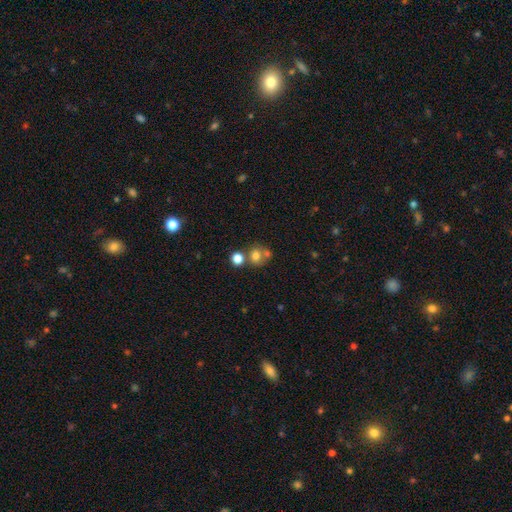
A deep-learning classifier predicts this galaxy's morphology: Q: Smooth or featured?
A: smooth (72%); runner-up: featured or disk (14%)
Q: How rounded?
A: round (80%); runner-up: in between (19%)
Q: Merging?
A: none (49%); runner-up: merger (36%)